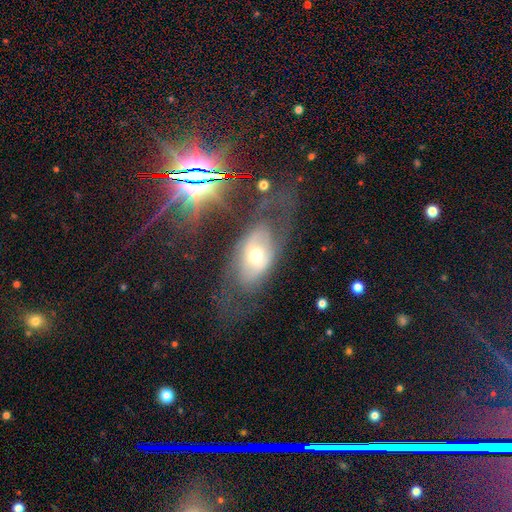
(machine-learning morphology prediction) Smooth or featured: featured or disk — 56% (smooth — 31%)
Edge-on disk: no — 86% (yes — 14%)
Merging: none — 60% (major disturbance — 20%)